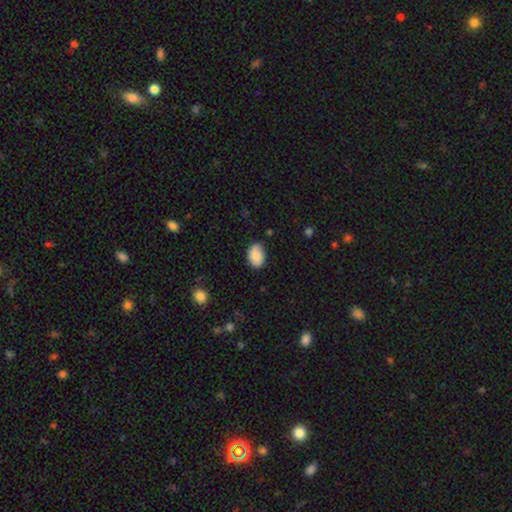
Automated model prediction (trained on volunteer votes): Smooth or featured?
  - smooth: 86% *
  - featured or disk: 7%
  - star or artifact: 7%
How rounded?
  - in between: 85% *
  - round: 14%
  - cigar-shaped: 1%
Merging?
  - none: 78% *
  - minor disturbance: 18%
  - major disturbance: 3%
  - merger: 1%